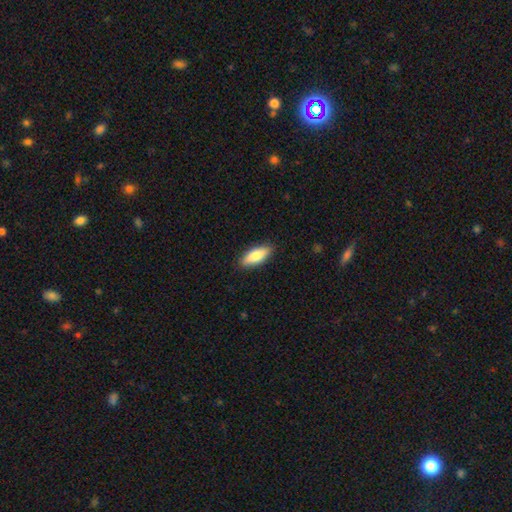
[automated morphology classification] Smooth or featured? smooth (79%)
How rounded? in between (70%)
Merging? none (89%)